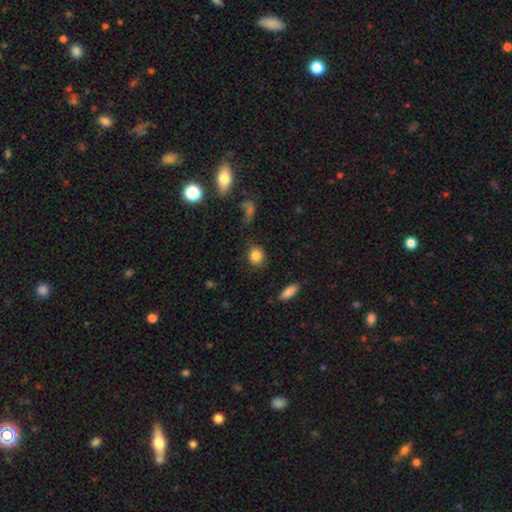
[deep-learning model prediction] Morphology: type=smooth (85%); roundness=round (76%); merging=none (85%).